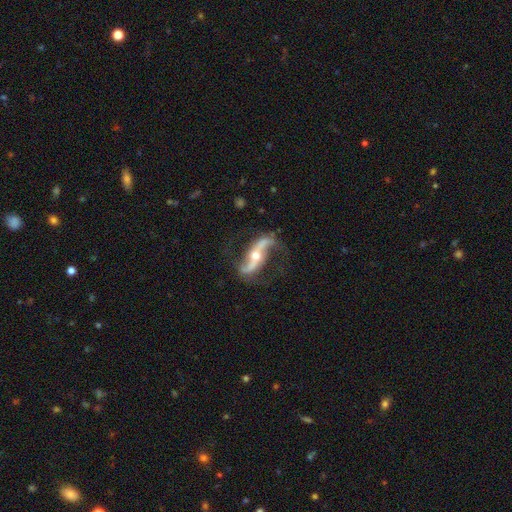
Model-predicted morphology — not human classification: featured or disk 89%, smooth 6%, star or artifact 5%. Down the decision tree: edge-on disk — no (88%); bar — strong (47%); spiral arms — yes (96%); spiral arm count — 2 (93%); spiral winding — loose (83%); bulge size — moderate (63%); merging — none (73%).